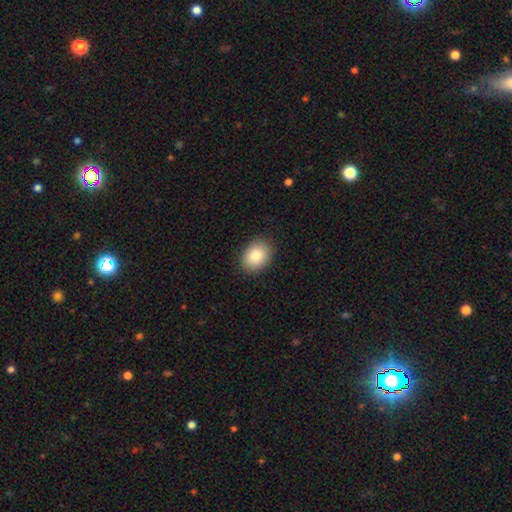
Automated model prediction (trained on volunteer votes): Smooth or featured?
  - smooth: 84% *
  - star or artifact: 8%
  - featured or disk: 8%
How rounded?
  - in between: 60% *
  - round: 39%
  - cigar-shaped: 1%
Merging?
  - none: 88% *
  - minor disturbance: 9%
  - major disturbance: 2%
  - merger: 1%